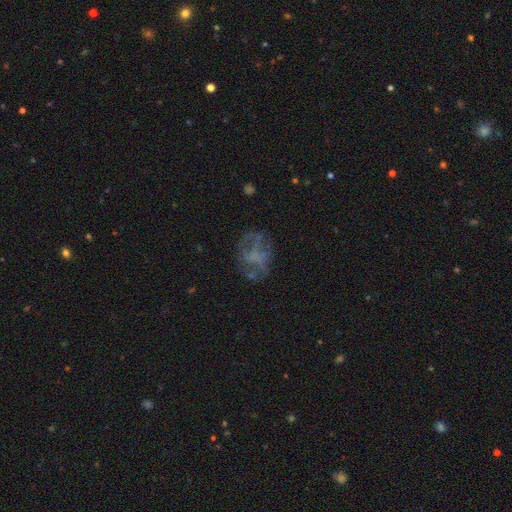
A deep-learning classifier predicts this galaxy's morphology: A featured or disk galaxy (54%) with no bar (81%), no spiral arms (73%) and no central bulge (74%).

Vote fractions:
- Smooth or featured? featured or disk: 54% / smooth: 29% / star or artifact: 17%
- Edge-on disk? no: 97% / yes: 3%
- Bar? no: 81% / weak: 15% / strong: 4%
- Spiral arms? no: 73% / yes: 27%
- Bulge size? none: 74% / small: 11% / moderate: 10% / large: 4% / dominant: 1%
- Merging? none: 56% / major disturbance: 24% / minor disturbance: 17% / merger: 3%